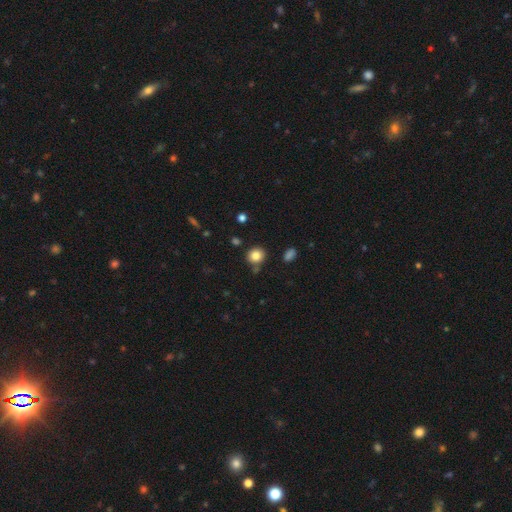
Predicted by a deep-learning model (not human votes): Smooth or featured? smooth (83%)
How rounded? round (82%)
Merging? none (81%)